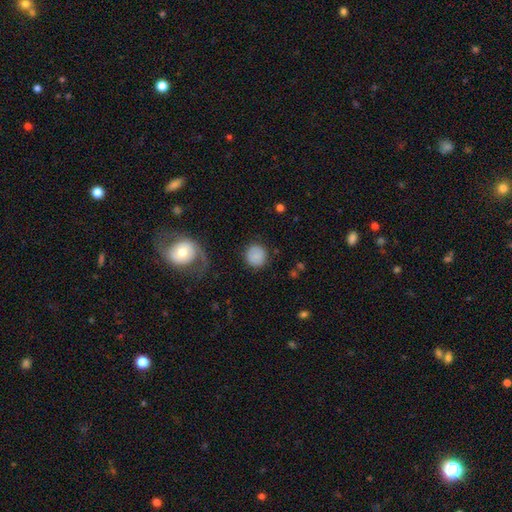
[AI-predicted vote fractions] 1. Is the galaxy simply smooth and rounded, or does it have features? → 81% smooth, 10% featured or disk, 9% star or artifact.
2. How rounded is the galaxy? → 90% round, 9% in between, 1% cigar-shaped.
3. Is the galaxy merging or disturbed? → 82% none, 10% minor disturbance, 6% major disturbance, 2% merger.